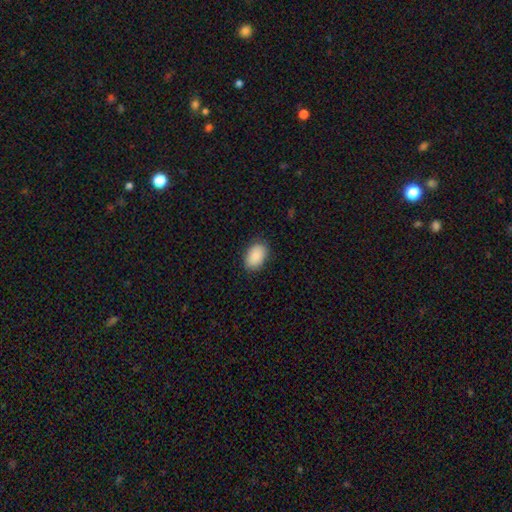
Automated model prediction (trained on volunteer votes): Morphology: type=smooth (90%); roundness=in between (90%); merging=none (86%).